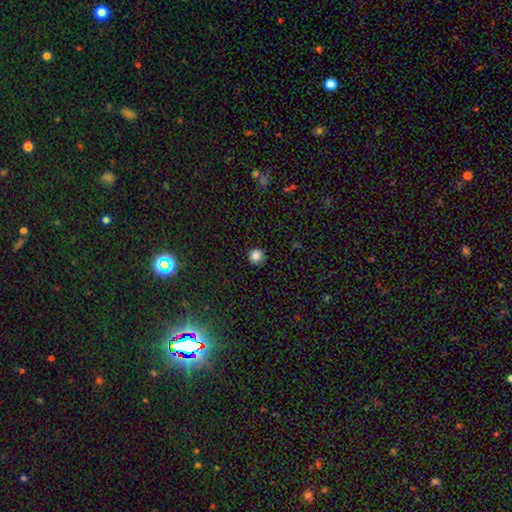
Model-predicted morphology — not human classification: The model was most divided on "smooth or featured": smooth: 83%, star or artifact: 12%, featured or disk: 5%. More confident: how rounded — round (94%); merging — none (90%).